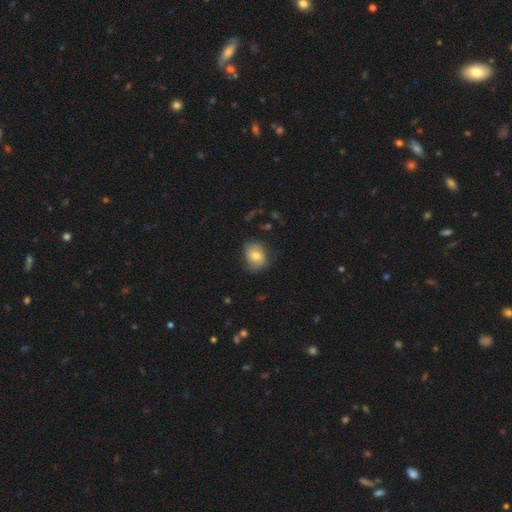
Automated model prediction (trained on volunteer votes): Smooth or featured? smooth (65%)
How rounded? in between (50%)
Merging? none (60%)